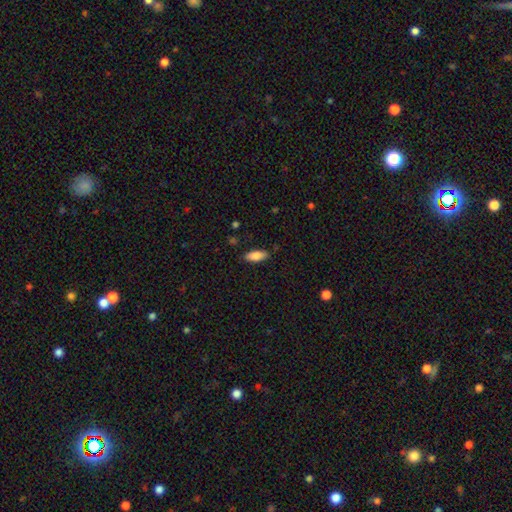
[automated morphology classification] Q: Smooth or featured?
A: smooth (83%); runner-up: featured or disk (10%)
Q: How rounded?
A: in between (78%); runner-up: cigar-shaped (21%)
Q: Merging?
A: none (84%); runner-up: minor disturbance (12%)